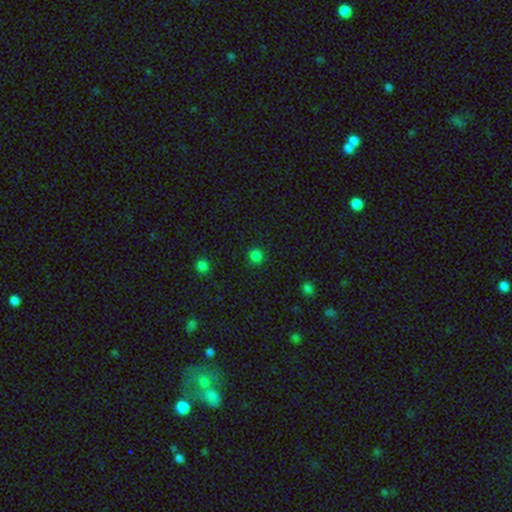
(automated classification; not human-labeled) Smooth or featured? Predicted: smooth (p=0.80). How rounded? Predicted: round (p=0.92). Merging? Predicted: none (p=0.87).